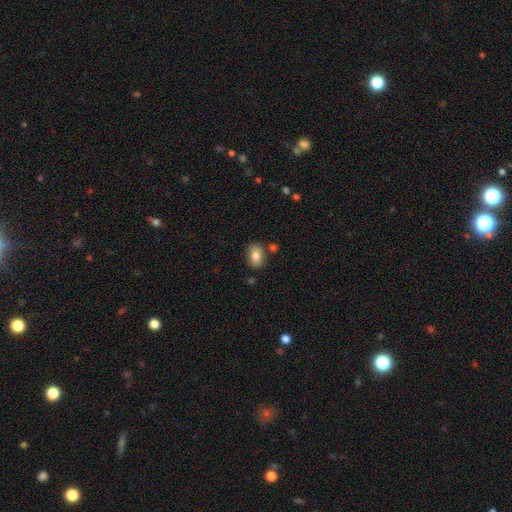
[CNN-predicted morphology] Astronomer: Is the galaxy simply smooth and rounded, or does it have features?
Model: smooth — 82%.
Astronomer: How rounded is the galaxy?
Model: in between — 74%.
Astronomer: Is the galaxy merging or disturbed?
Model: none — 79%.